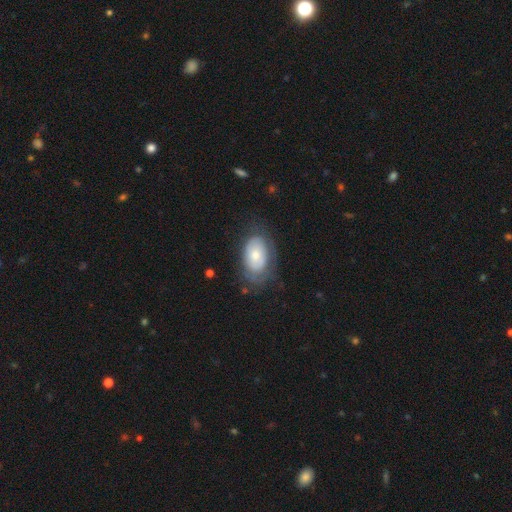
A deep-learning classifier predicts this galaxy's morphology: A smooth galaxy with no disk features (54%) that is in between round and cigar-shaped (89%). Merging: none (60%).